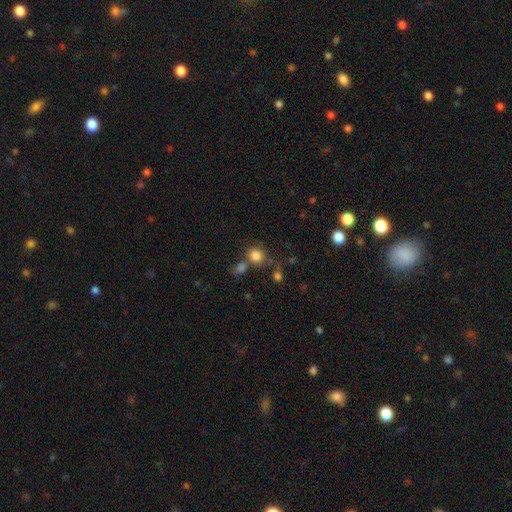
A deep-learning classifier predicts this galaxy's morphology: A smooth galaxy with no disk features (82%) that is round (83%).

Vote fractions:
- Smooth or featured? smooth: 82% / star or artifact: 11% / featured or disk: 6%
- How rounded? round: 83% / in between: 16% / cigar-shaped: 1%
- Merging? none: 59% / merger: 23% / minor disturbance: 12% / major disturbance: 6%